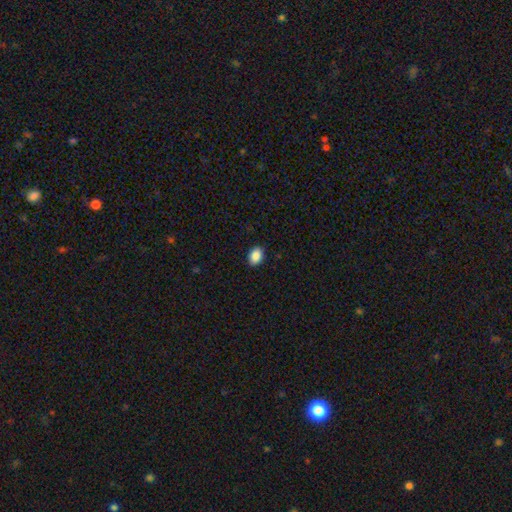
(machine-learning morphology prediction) Overall: smooth (89%). How rounded: in between (75%). Merging: none (90%).